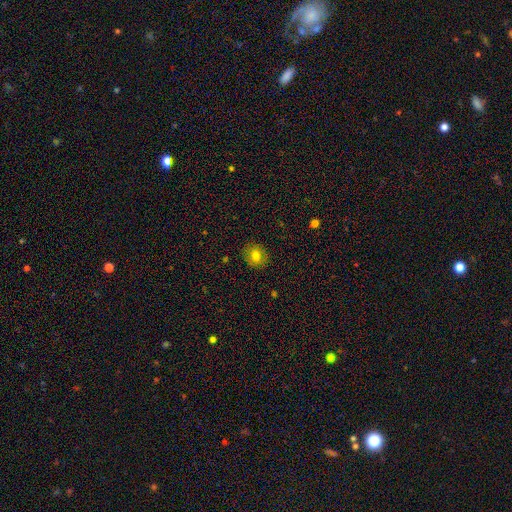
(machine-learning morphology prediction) Q: Smooth or featured?
A: smooth (76%); runner-up: featured or disk (13%)
Q: How rounded?
A: round (75%); runner-up: in between (24%)
Q: Merging?
A: none (87%); runner-up: minor disturbance (9%)